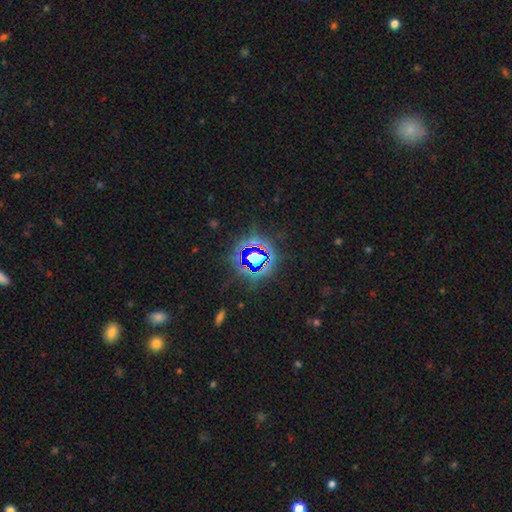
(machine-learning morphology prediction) This is likely a star or artifact rather than a galaxy (79%).